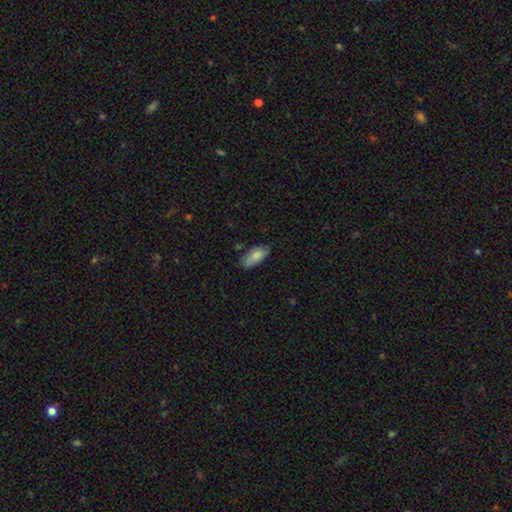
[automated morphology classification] Smooth or featured? Predicted: smooth (p=0.80). How rounded? Predicted: in between (p=0.89). Merging? Predicted: none (p=0.64).